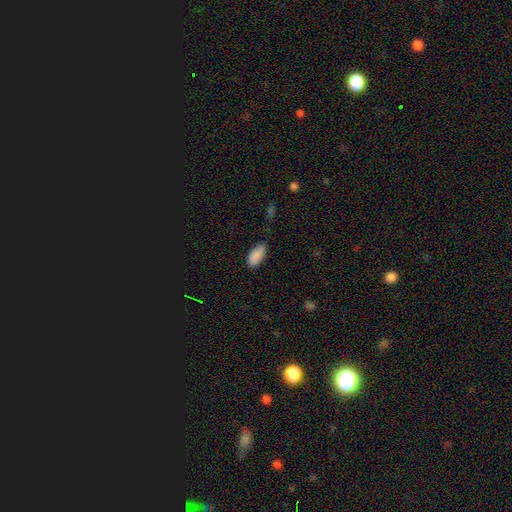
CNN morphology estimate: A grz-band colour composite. It shows a smooth galaxy with no disk features (89%) that is in between round and cigar-shaped (91%). Merging: none (77%).